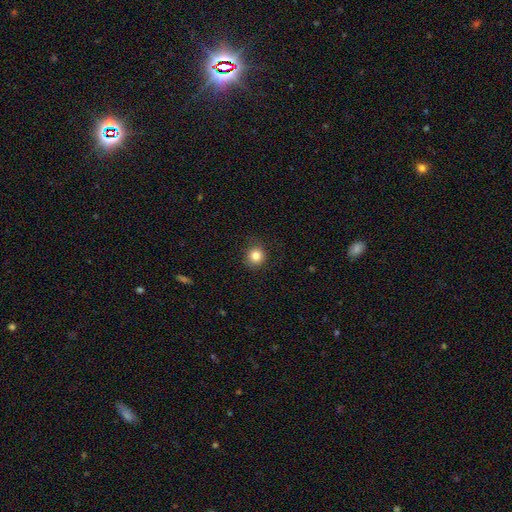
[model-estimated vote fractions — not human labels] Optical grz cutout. It shows a smooth galaxy with no disk features (83%) that is round (89%). Merging: none (86%).